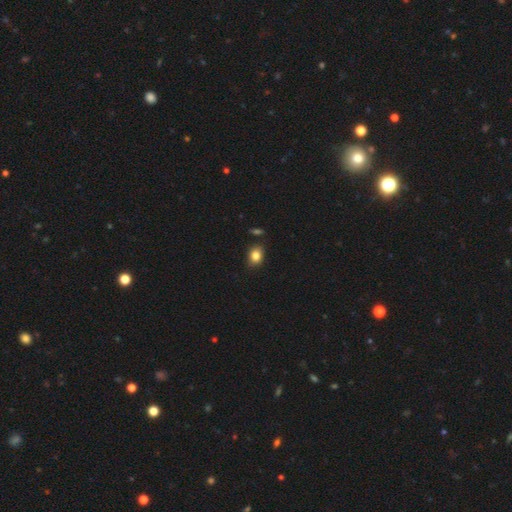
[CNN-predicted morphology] Smooth or featured? smooth (83%)
How rounded? in between (57%)
Merging? none (83%)